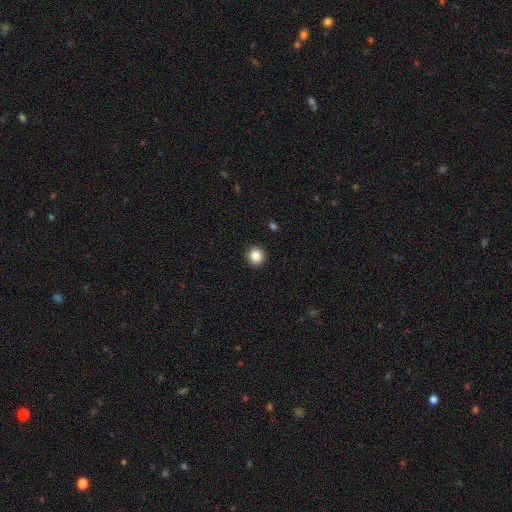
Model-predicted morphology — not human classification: type=smooth (86%); roundness=round (90%); merging=none (92%).